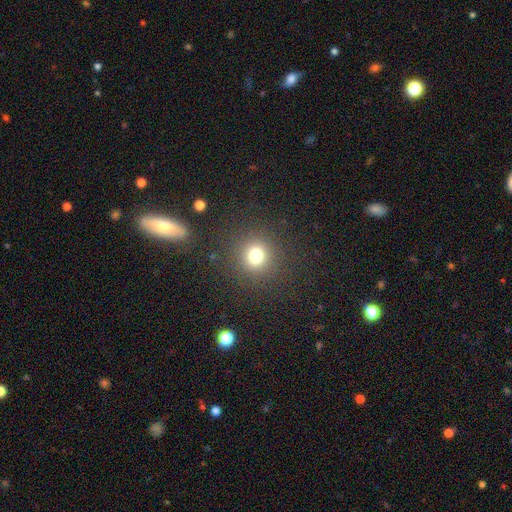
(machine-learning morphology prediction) This appears to be a smooth galaxy with no disk features (76%) that is round (92%). Merging: none (88%).